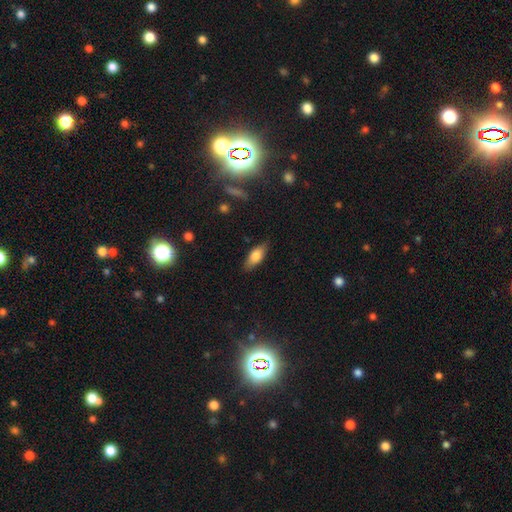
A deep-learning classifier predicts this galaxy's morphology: This is likely a smooth galaxy (75%). How rounded: likely in between (77%). Merging: clearly none (81%).